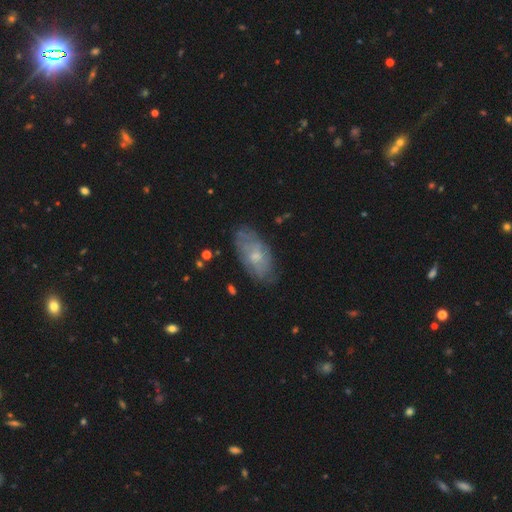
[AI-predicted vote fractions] Smooth or featured? featured or disk (53%)
Edge-on disk? no (91%)
Merging? none (71%)